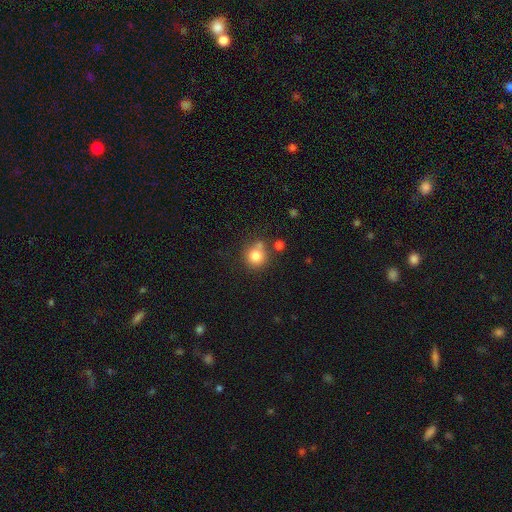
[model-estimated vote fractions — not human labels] Overall: smooth (80%). How rounded: round (91%). Merging: none (66%).